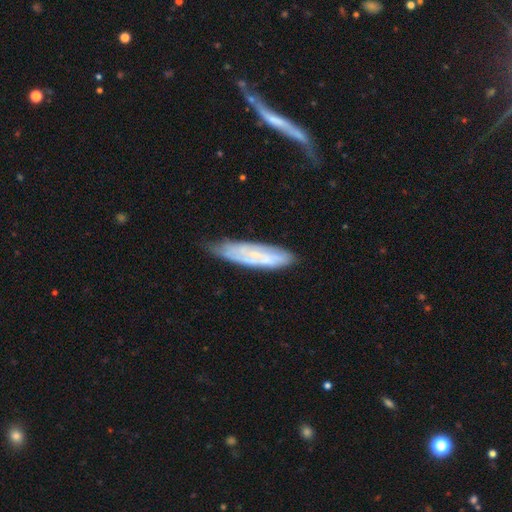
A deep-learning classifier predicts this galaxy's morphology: Smooth or featured? Predicted: featured or disk (p=0.52). Edge-on disk? Predicted: no (p=0.68). Merging? Predicted: none (p=0.59).